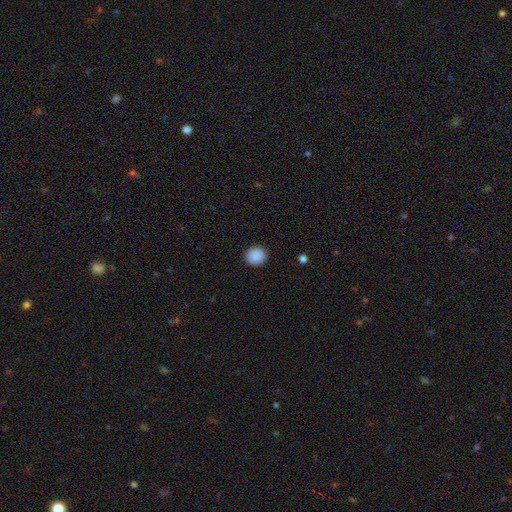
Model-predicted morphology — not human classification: Smooth or featured? smooth (90%)
How rounded? round (89%)
Merging? none (92%)